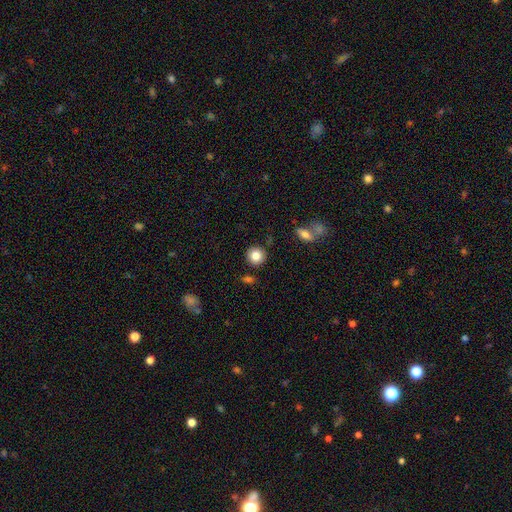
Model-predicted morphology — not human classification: Smooth or featured? Predicted: smooth (p=0.84). How rounded? Predicted: round (p=0.92). Merging? Predicted: none (p=0.87).